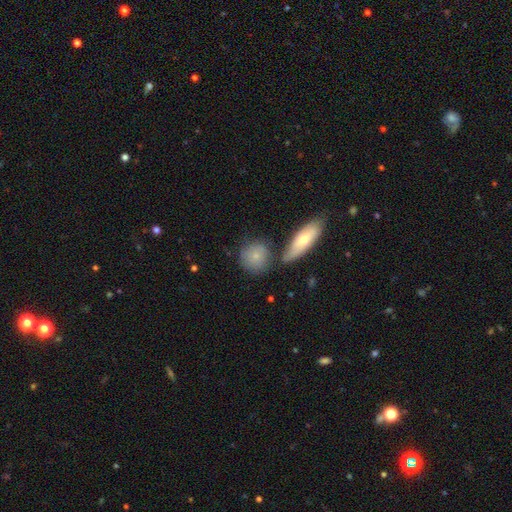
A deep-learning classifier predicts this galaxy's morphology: type=smooth (79%); roundness=round (80%); merging=none (65%).